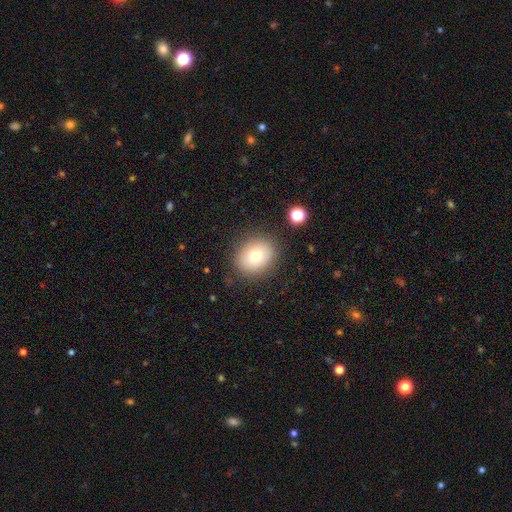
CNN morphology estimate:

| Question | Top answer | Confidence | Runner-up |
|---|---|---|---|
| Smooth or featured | smooth | 75% | featured or disk (14%) |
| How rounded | round | 60% | in between (39%) |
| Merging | none | 84% | minor disturbance (10%) |